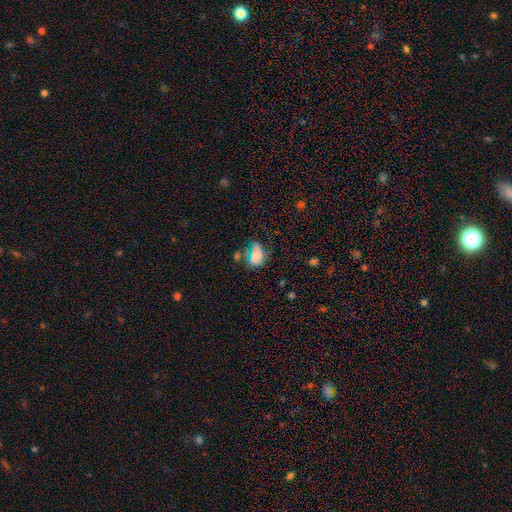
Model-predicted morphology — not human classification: This appears to be a smooth galaxy with no disk features (67%) that is in between round and cigar-shaped (69%). Merging: none (42%).